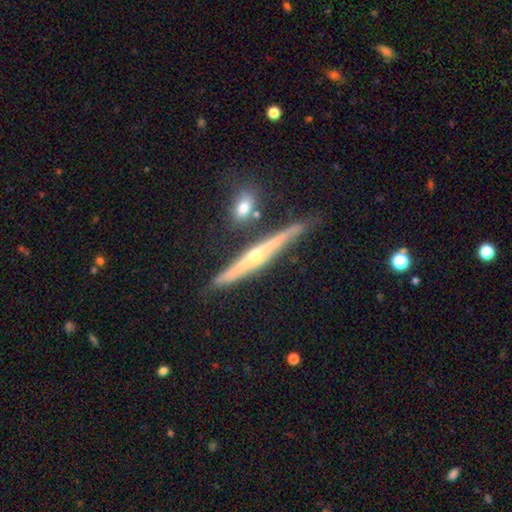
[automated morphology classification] A featured or disk galaxy (80%) viewed edge-on (97%) with a rounded central bulge (81%). Merging: none (79%).